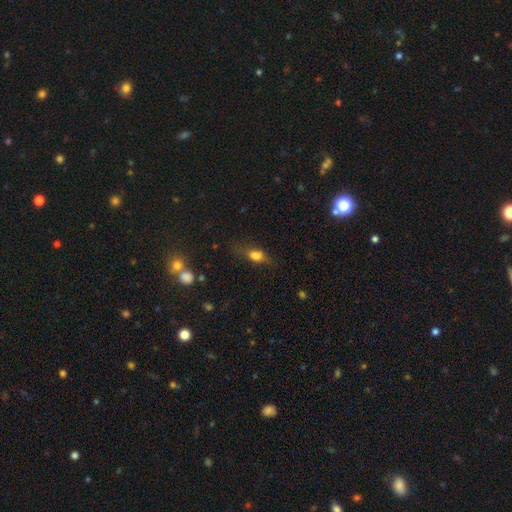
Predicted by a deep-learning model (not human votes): This appears to be a smooth galaxy with no disk features (69%) that is in between round and cigar-shaped (70%). Merging: none (55%).